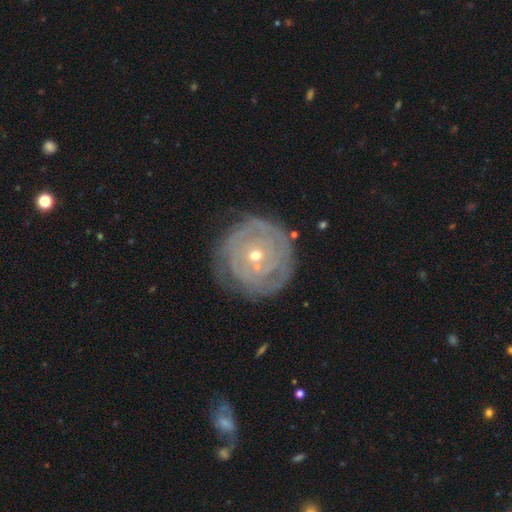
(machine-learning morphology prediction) Smooth or featured? featured or disk (74%)
Edge-on disk? no (97%)
Bar? no (83%)
Spiral arms? yes (70%)
Spiral winding? tight (85%)
Spiral arm count? can't tell (54%)
Bulge size? small (67%)
Merging? none (67%)